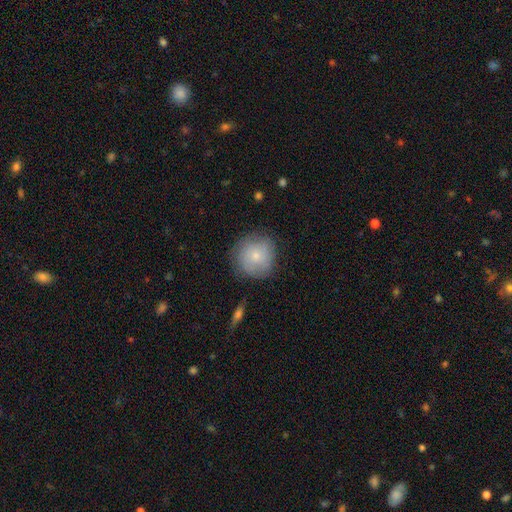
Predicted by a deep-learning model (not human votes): smooth 69%, featured or disk 24%, star or artifact 7%. Down the decision tree: how rounded — round (91%); merging — none (76%).